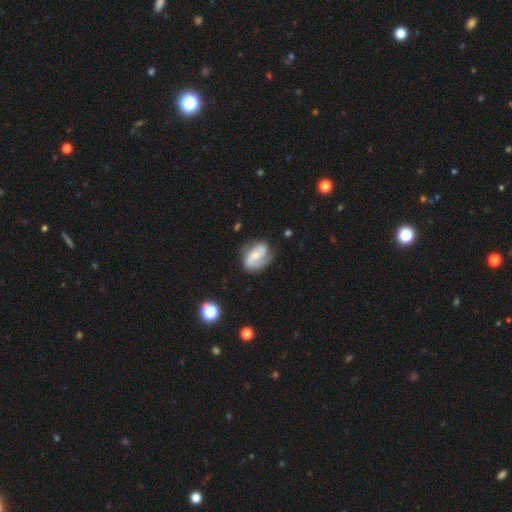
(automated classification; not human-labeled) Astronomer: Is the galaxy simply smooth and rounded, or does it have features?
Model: featured or disk — 74%.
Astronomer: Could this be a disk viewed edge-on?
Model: no — 97%.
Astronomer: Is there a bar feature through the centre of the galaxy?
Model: no — 50% (runner-up: weak, 38%).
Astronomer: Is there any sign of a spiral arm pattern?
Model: yes — 93%.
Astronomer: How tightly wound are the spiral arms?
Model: medium — 44% (runner-up: tight, 31%).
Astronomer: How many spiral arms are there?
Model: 2 — 74%.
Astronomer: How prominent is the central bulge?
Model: small — 48% (runner-up: moderate, 40%).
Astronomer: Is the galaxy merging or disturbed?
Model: none — 69%.